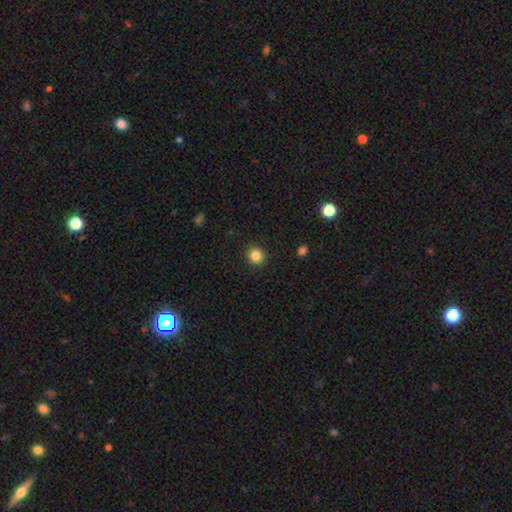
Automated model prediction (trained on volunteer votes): Morphology: type=smooth (84%); roundness=round (92%); merging=none (92%).